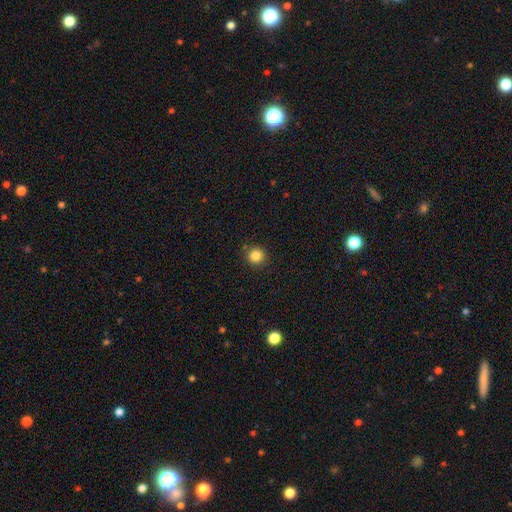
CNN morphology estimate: Overall: smooth (84%). How rounded: round (92%). Merging: none (89%).